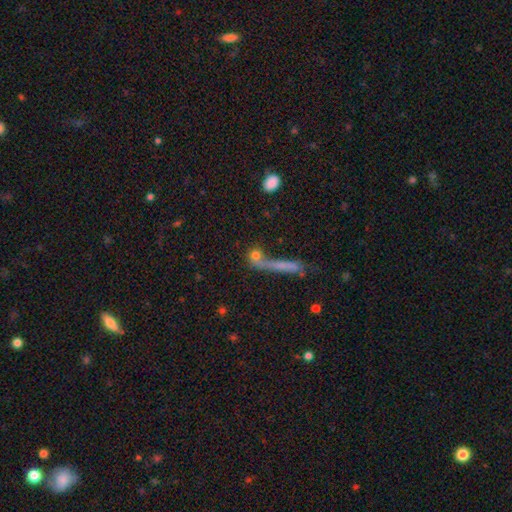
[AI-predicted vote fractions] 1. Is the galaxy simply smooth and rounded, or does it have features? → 42% smooth, 29% star or artifact, 29% featured or disk.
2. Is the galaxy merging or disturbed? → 48% none, 29% merger, 12% minor disturbance, 12% major disturbance.